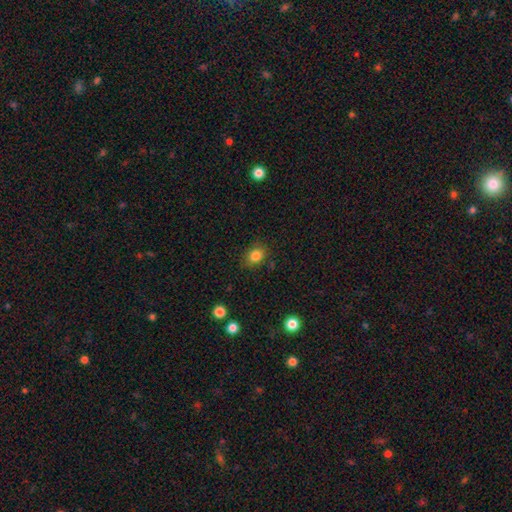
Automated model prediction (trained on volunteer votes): This is clearly a smooth galaxy (83%). How rounded: possibly round (51%). Merging: clearly none (82%).